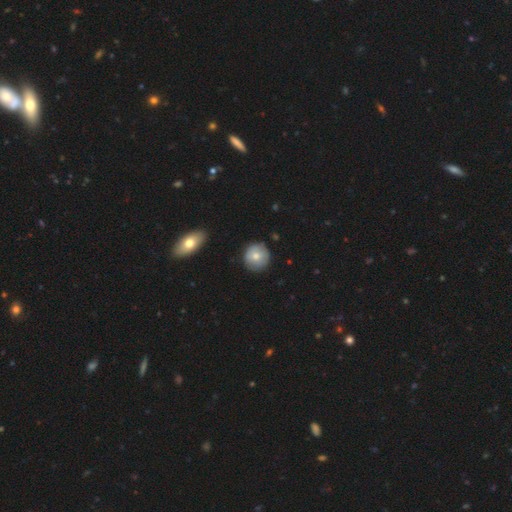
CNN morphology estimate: Overall: smooth (71%). How rounded: round (91%). Merging: none (83%).